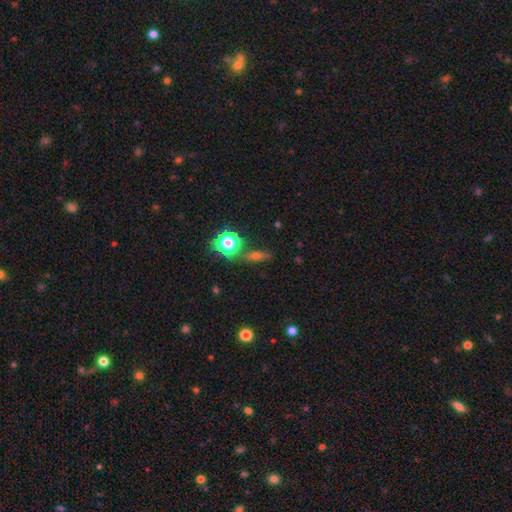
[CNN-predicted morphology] Smooth or featured? Predicted: smooth (p=0.51). How rounded? Predicted: cigar-shaped (p=0.38). Merging? Predicted: none (p=0.79).